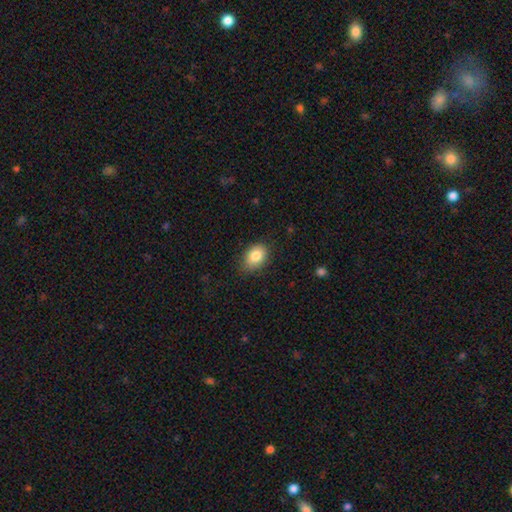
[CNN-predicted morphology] Smooth or featured: smooth — 84% (star or artifact — 8%)
How rounded: in between — 77% (round — 22%)
Merging: none — 78% (minor disturbance — 17%)